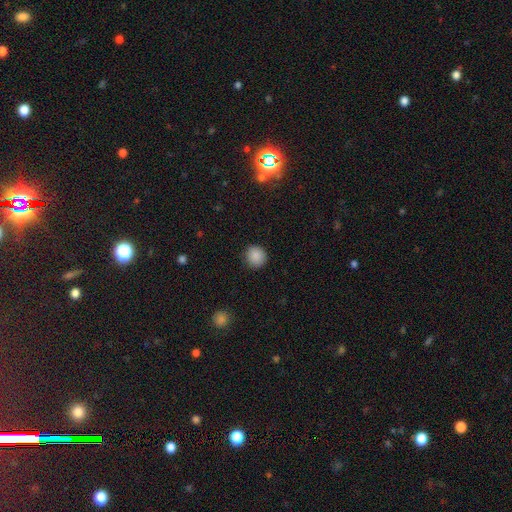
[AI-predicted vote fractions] The model was most divided on "smooth or featured": smooth: 88%, star or artifact: 9%, featured or disk: 3%. More confident: how rounded — round (91%); merging — none (90%).